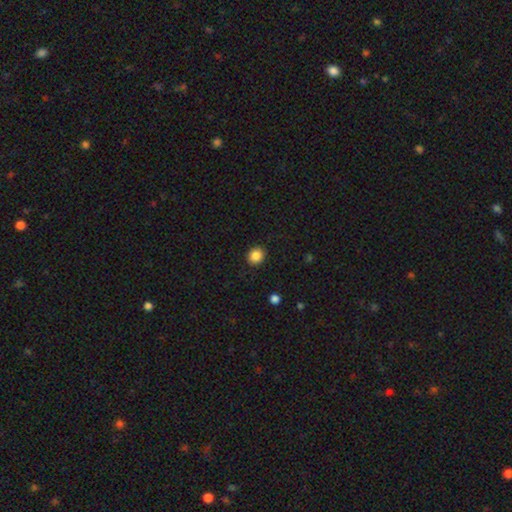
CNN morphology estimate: smooth-or-featured: smooth: 86% | star or artifact: 10% | featured or disk: 4%
  how-rounded: round: 84% | in between: 15% | cigar-shaped: 1%
  merging: none: 91% | minor disturbance: 6% | major disturbance: 2% | merger: 1%